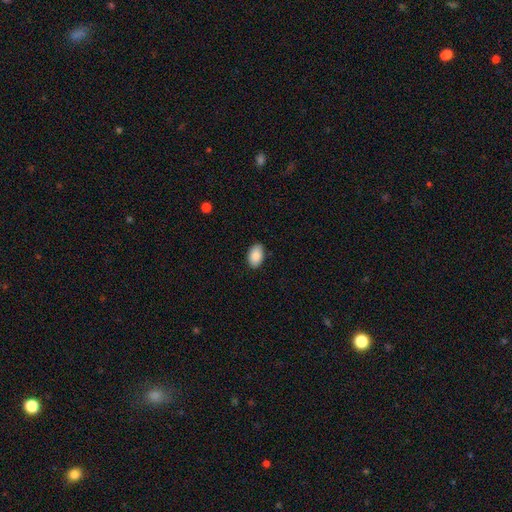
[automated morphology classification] This appears to be a smooth galaxy with no disk features (89%) that is in between round and cigar-shaped (90%). Merging: none (87%).